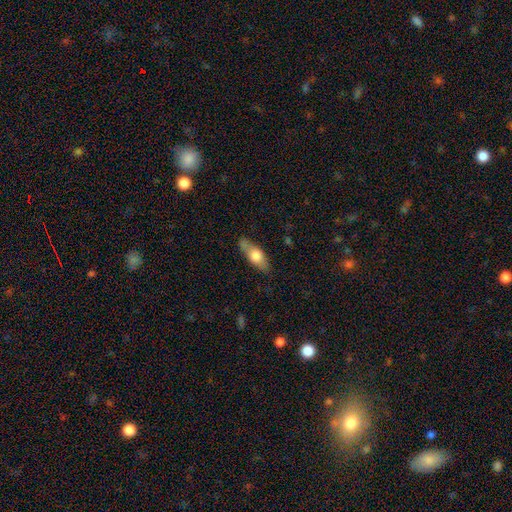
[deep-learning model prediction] This appears to be a smooth galaxy with no disk features (64%) that is in between round and cigar-shaped (66%). Merging: none (74%).